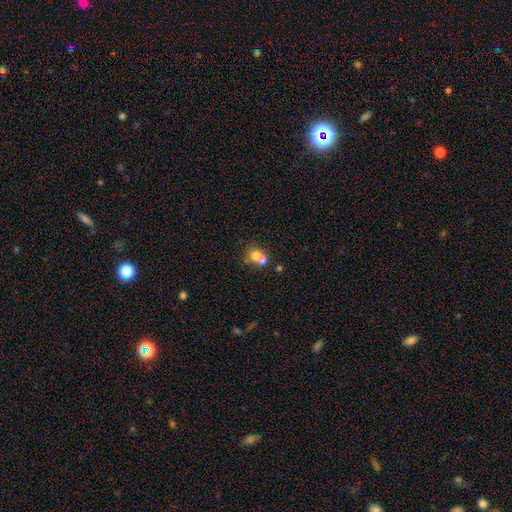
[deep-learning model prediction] smooth 68%, featured or disk 20%, star or artifact 12%. Down the decision tree: how rounded — round (68%); merging — merger (65%).